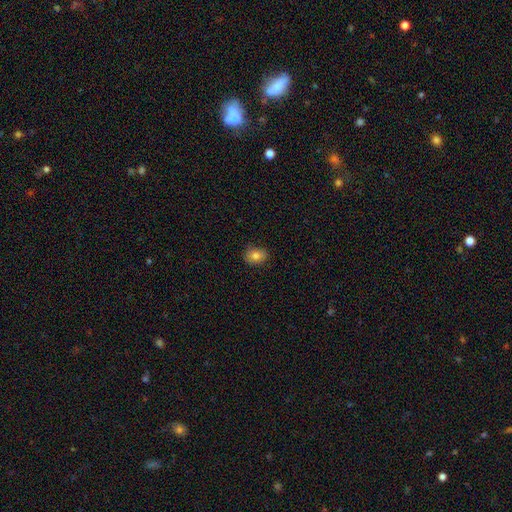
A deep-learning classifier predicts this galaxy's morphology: Smooth or featured? Predicted: smooth (p=0.80). How rounded? Predicted: round (p=0.50). Merging? Predicted: none (p=0.83).